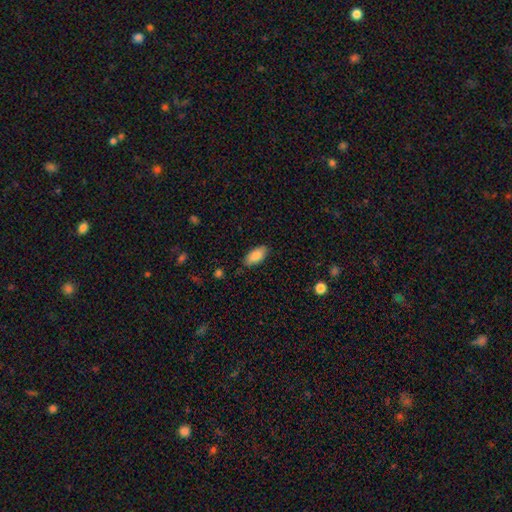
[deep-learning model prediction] smooth 85%, featured or disk 8%, star or artifact 7%. Down the decision tree: how rounded — in between (89%); merging — none (83%).